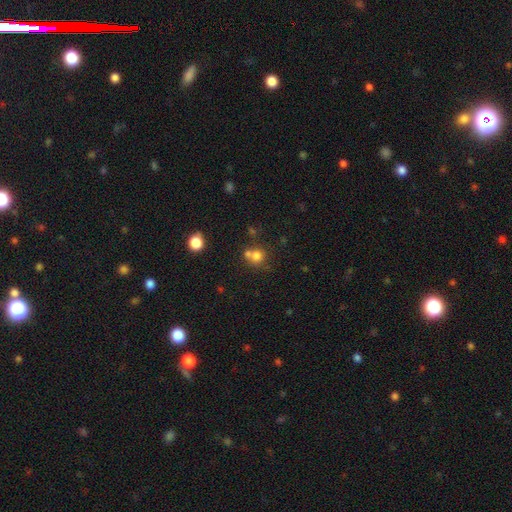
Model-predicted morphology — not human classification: type=smooth (75%); roundness=round (87%); merging=none (51%).